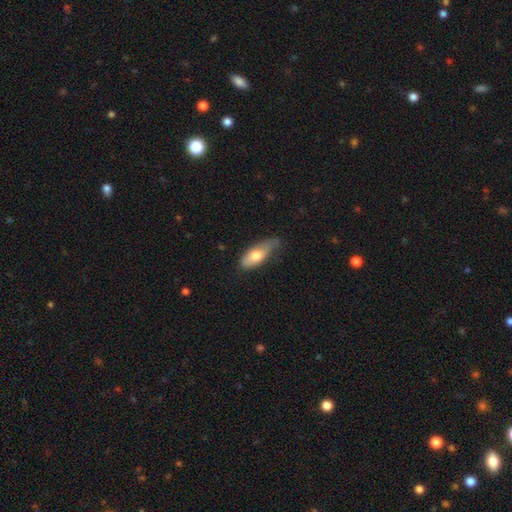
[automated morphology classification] Smooth or featured? smooth (72%)
How rounded? in between (79%)
Merging? none (45%)